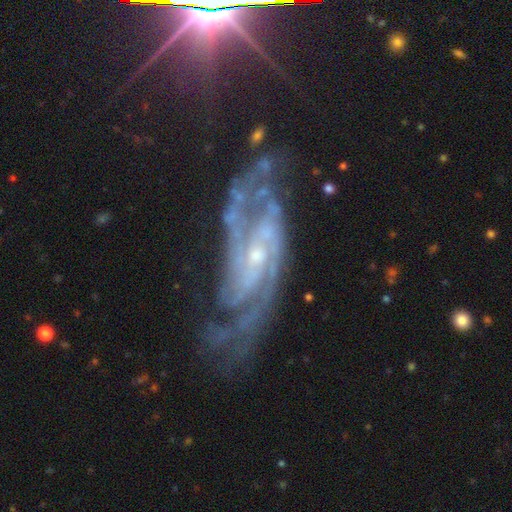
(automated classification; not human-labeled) A featured or disk galaxy (90%) with no bar (57%), 2 (43%) tight (46%) spiral arms (98%) and a small central bulge (64%). Merging: none (62%).